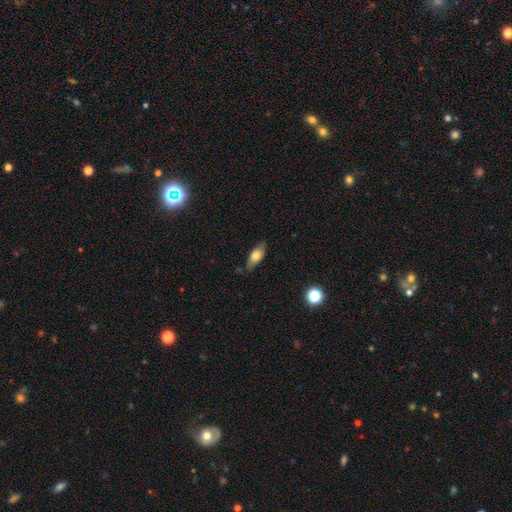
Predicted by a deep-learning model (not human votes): This is likely a smooth galaxy (68%). How rounded: clearly in between (82%). Merging: likely none (76%).